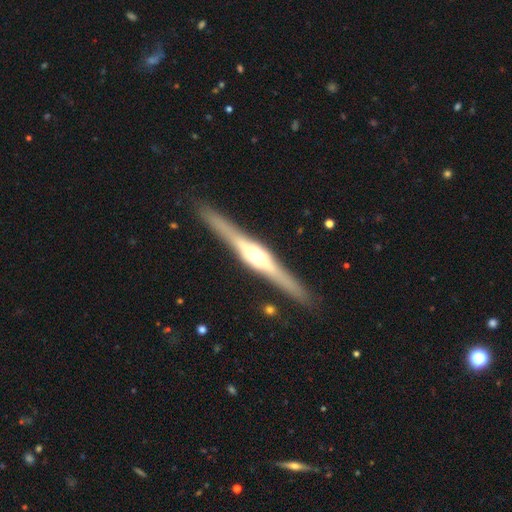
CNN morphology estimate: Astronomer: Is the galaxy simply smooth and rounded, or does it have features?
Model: featured or disk — 81%.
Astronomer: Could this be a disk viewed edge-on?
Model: yes — 98%.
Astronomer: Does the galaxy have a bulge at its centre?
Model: rounded — 83%.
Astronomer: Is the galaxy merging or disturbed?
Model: none — 89%.